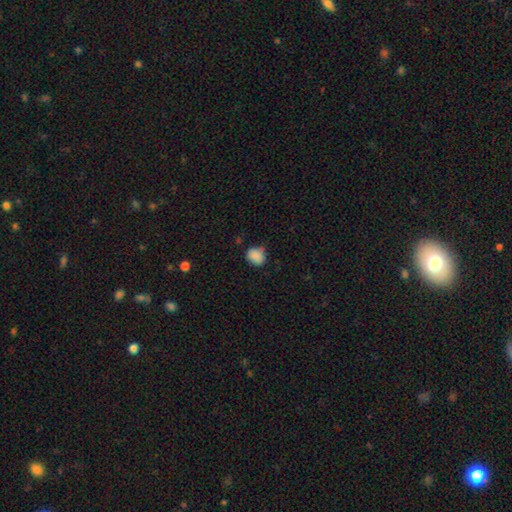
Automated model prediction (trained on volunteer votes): A smooth galaxy with no disk features (87%) that is round (60%). Merging: none (68%).